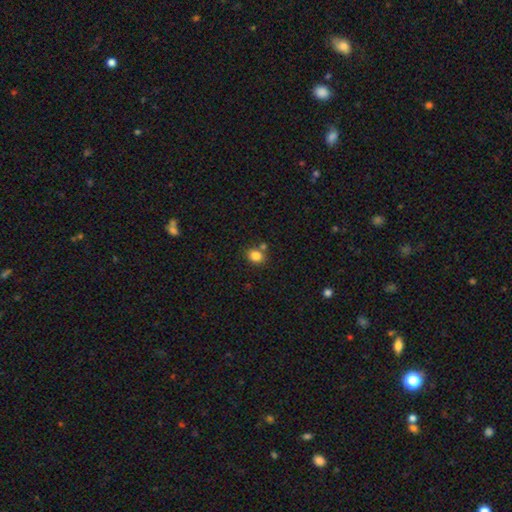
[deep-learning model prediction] Morphology: type=smooth (83%); roundness=round (58%); merging=none (70%).